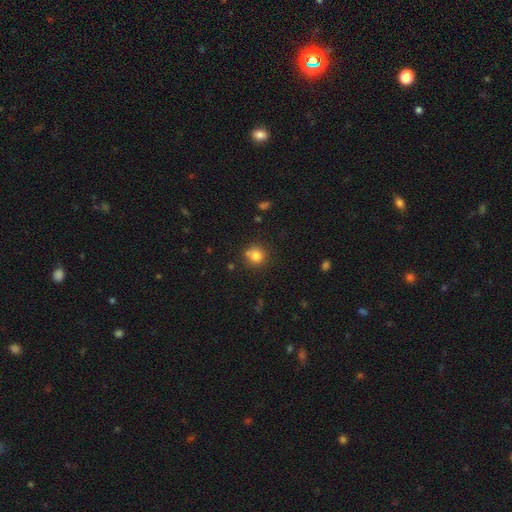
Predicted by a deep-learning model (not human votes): smooth 80%, star or artifact 12%, featured or disk 8%. Down the decision tree: how rounded — round (90%); merging — none (73%).